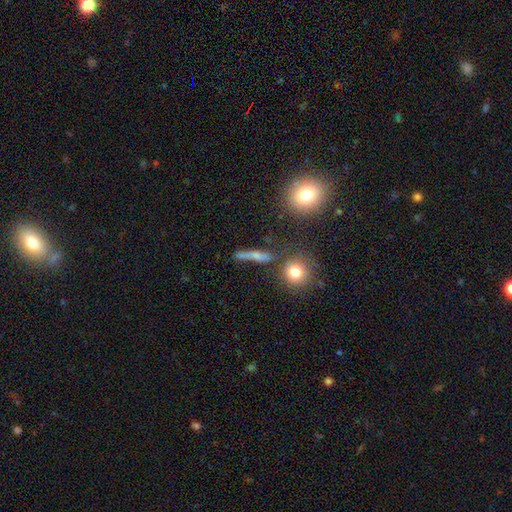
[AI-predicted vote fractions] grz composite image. It shows a smooth galaxy with no disk features (57%) that is cigar-shaped (61%). Merging: none (68%).